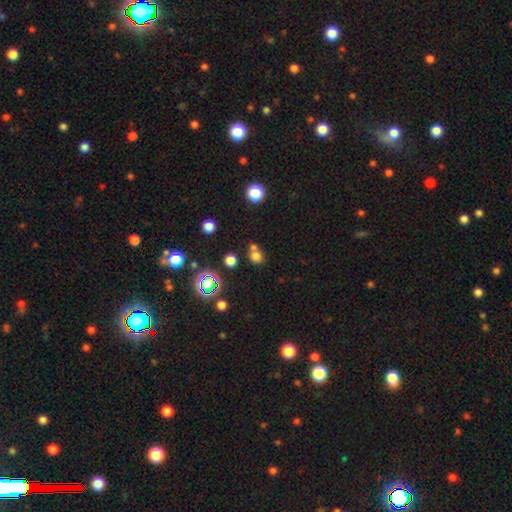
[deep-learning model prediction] Morphology: type=smooth (70%); roundness=round (76%); merging=none (51%).